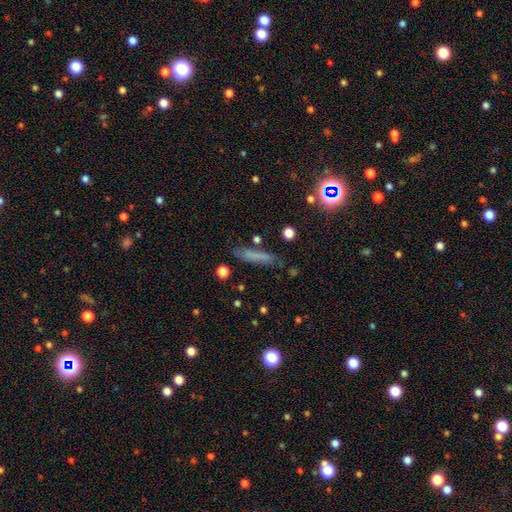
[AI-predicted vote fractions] Q: Smooth or featured?
A: smooth (68%); runner-up: featured or disk (17%)
Q: How rounded?
A: cigar-shaped (84%); runner-up: in between (13%)
Q: Merging?
A: none (75%); runner-up: minor disturbance (17%)